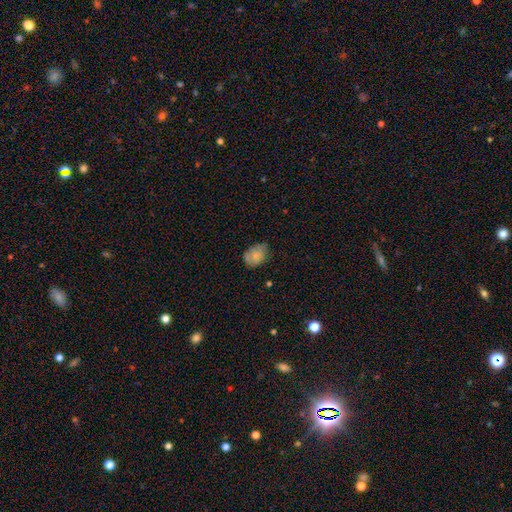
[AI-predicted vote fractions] Smooth or featured? Predicted: smooth (p=0.78). How rounded? Predicted: in between (p=0.69). Merging? Predicted: none (p=0.64).